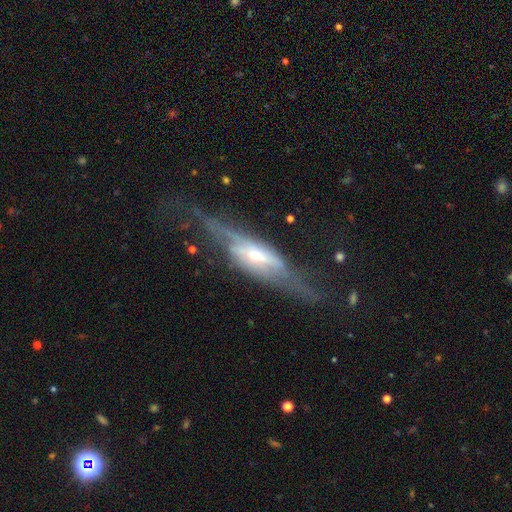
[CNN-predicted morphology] This is clearly a featured or disk galaxy (80%). It is likely viewed edge-on (67%). Edge-on bulge: likely rounded (73%). Merging: possibly none (50%).